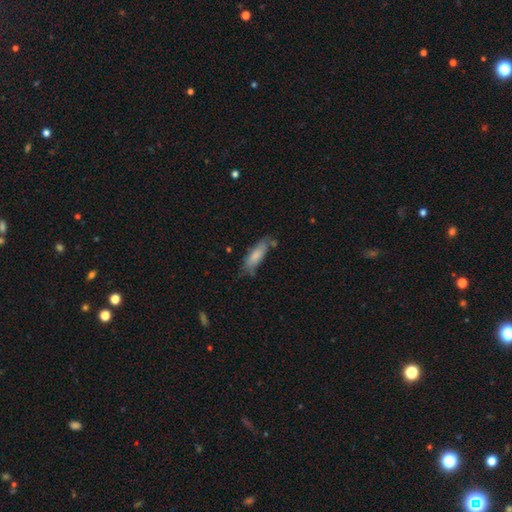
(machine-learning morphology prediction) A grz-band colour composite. It shows a smooth galaxy with no disk features (76%) that is in between round and cigar-shaped (56%). Merging: none (58%).